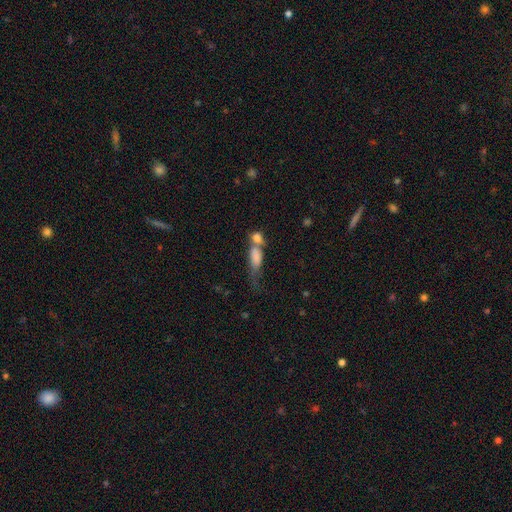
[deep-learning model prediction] A smooth galaxy with no disk features (73%) that is in between round and cigar-shaped (70%). Merging: merger (66%).